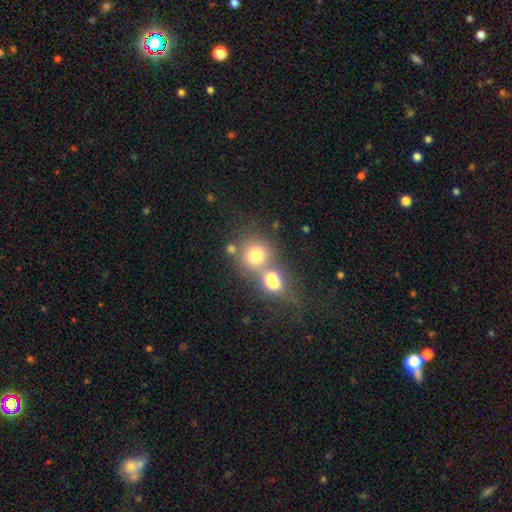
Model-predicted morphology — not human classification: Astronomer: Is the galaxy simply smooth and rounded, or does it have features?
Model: smooth — 71%.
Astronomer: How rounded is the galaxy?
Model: round — 80%.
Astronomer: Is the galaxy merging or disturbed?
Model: merger — 52% (runner-up: none, 36%).